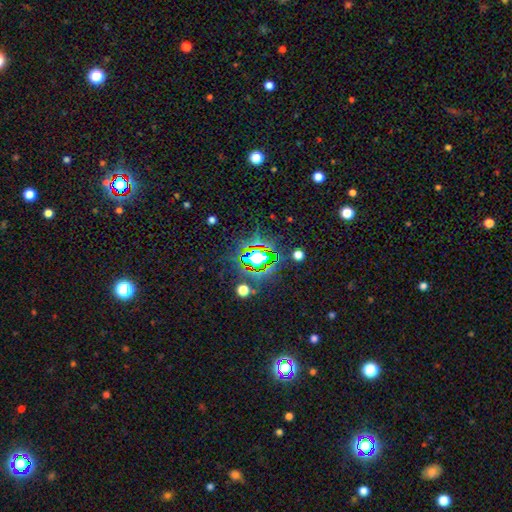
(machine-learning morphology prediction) This is likely a star or artifact rather than a galaxy (68%).